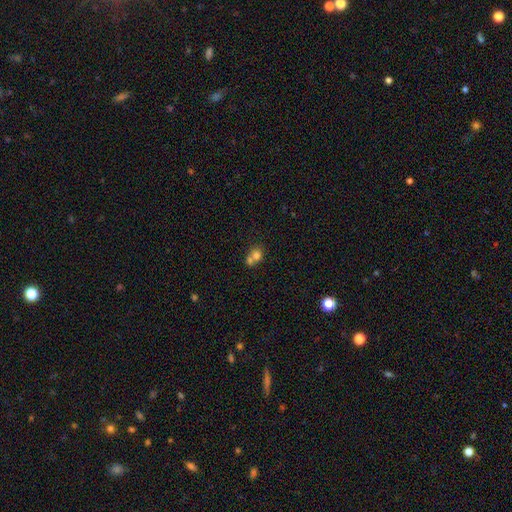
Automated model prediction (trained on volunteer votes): The model was most divided on "merging": merger: 61%, none: 30%, minor disturbance: 6%, major disturbance: 3%. More confident: smooth or featured — smooth (73%); how rounded — round (71%).